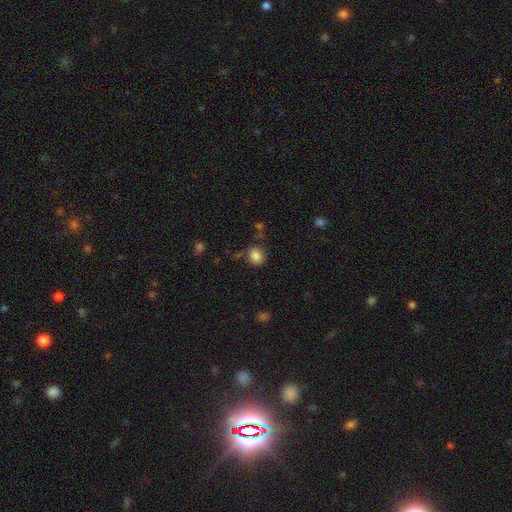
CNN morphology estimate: This is clearly a smooth galaxy (84%). How rounded: likely round (64%). Merging: likely none (75%).